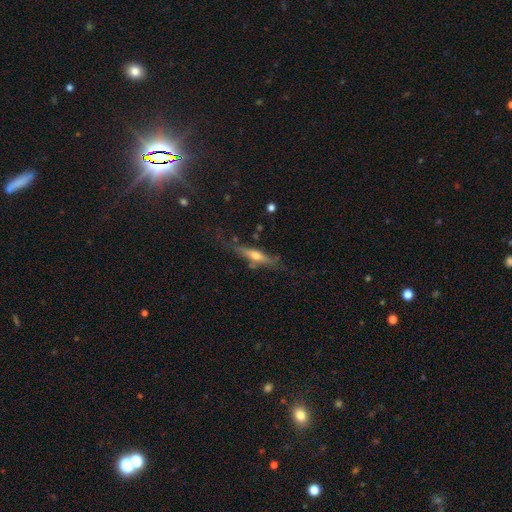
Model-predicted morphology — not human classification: A featured or disk galaxy (65%) viewed edge-on (93%) with a rounded central bulge (89%).

Vote fractions:
- Smooth or featured? featured or disk: 65% / smooth: 28% / star or artifact: 7%
- Edge-on disk? yes: 93% / no: 7%
- Edge-on bulge? rounded: 89% / none: 6% / boxy: 5%
- Merging? none: 66% / minor disturbance: 21% / major disturbance: 8% / merger: 5%